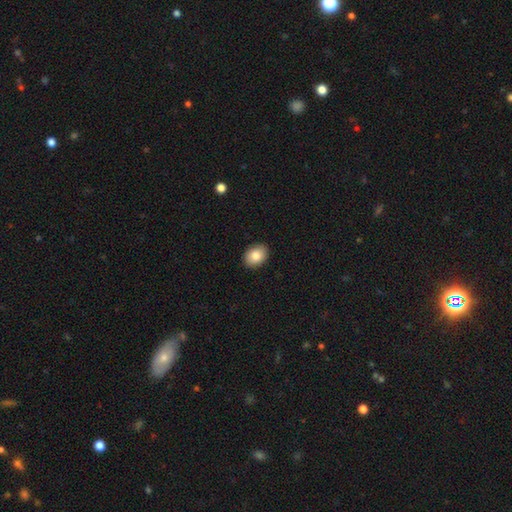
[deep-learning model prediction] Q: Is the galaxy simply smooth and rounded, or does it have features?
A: smooth — 85%.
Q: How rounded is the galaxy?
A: in between — 76%.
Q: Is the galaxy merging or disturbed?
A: none — 90%.